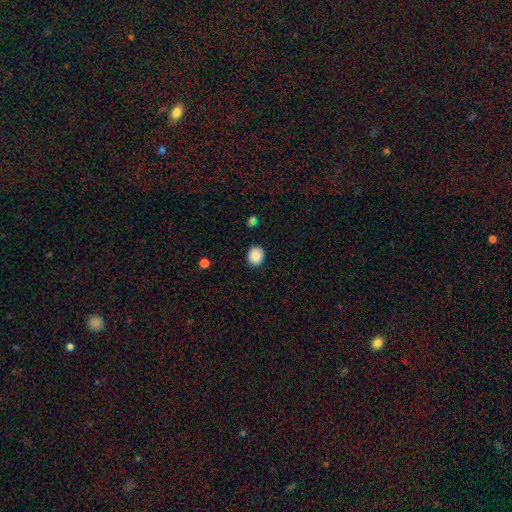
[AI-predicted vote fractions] Q: Smooth or featured?
A: smooth (88%); runner-up: star or artifact (9%)
Q: How rounded?
A: round (67%); runner-up: in between (32%)
Q: Merging?
A: none (87%); runner-up: minor disturbance (9%)